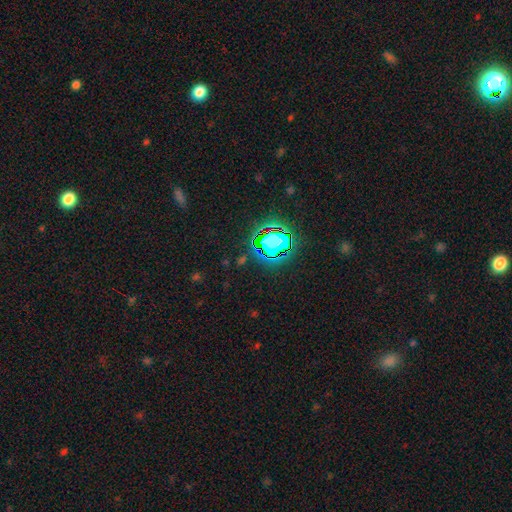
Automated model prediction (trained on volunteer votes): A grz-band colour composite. It shows a star or artifact, not a galaxy (80%).